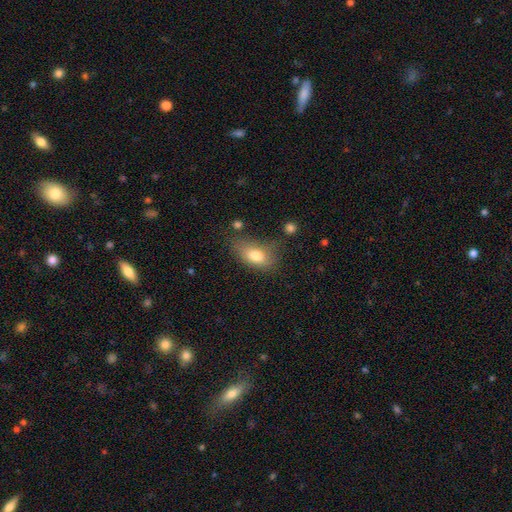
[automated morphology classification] smooth 78%, featured or disk 13%, star or artifact 9%. Down the decision tree: how rounded — in between (88%); merging — none (48%).